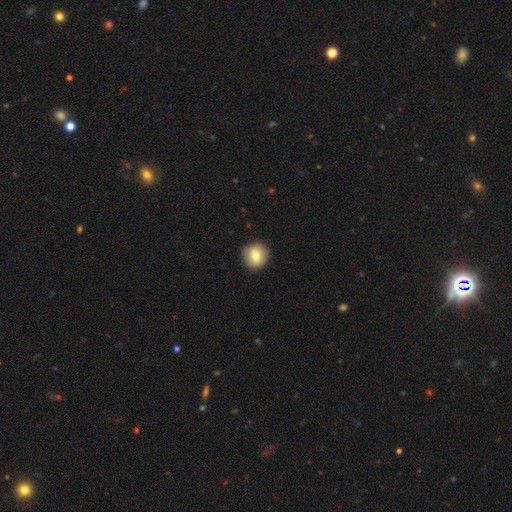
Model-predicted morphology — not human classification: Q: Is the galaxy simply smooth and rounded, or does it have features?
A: smooth — 75%.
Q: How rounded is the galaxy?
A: round — 92%.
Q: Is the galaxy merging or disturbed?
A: none — 91%.